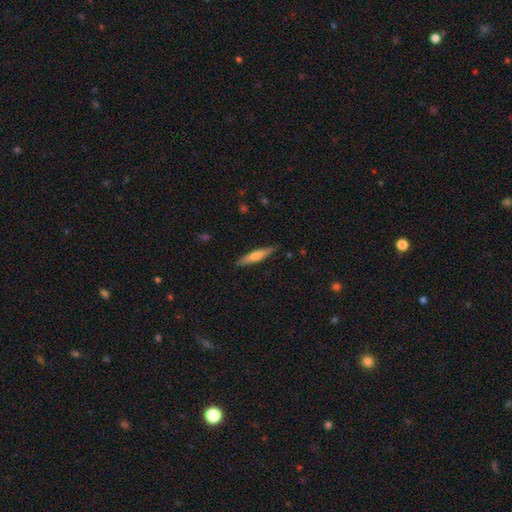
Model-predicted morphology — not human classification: Smooth or featured: smooth — 57% (featured or disk — 37%)
How rounded: cigar-shaped — 87% (in between — 11%)
Merging: none — 87% (minor disturbance — 10%)